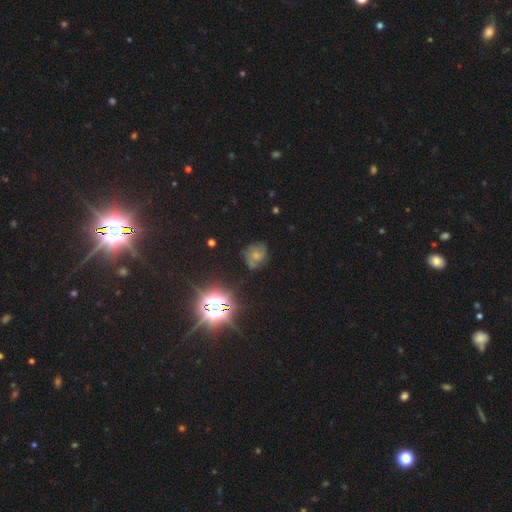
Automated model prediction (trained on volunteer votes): Smooth or featured? smooth (40%)
Merging? none (59%)